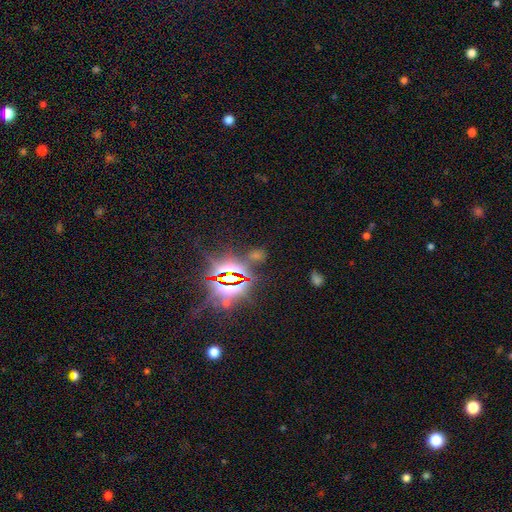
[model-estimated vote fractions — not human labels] Smooth or featured: star or artifact — 78% (smooth — 14%)